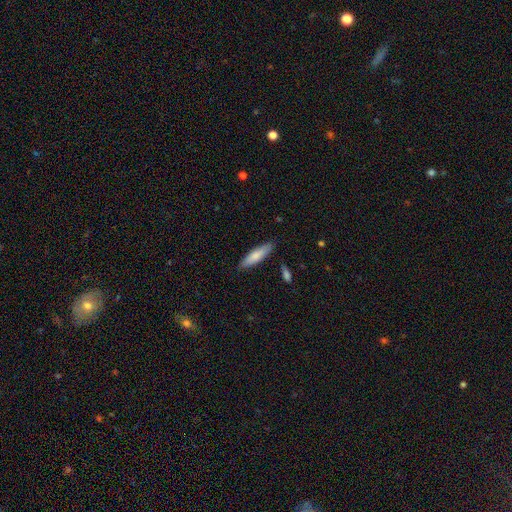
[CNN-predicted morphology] A smooth galaxy with no disk features (76%) that is cigar-shaped (68%).

Vote fractions:
- Smooth or featured? smooth: 76% / featured or disk: 18% / star or artifact: 6%
- How rounded? cigar-shaped: 68% / in between: 30% / round: 2%
- Merging? none: 85% / minor disturbance: 10% / merger: 2% / major disturbance: 2%